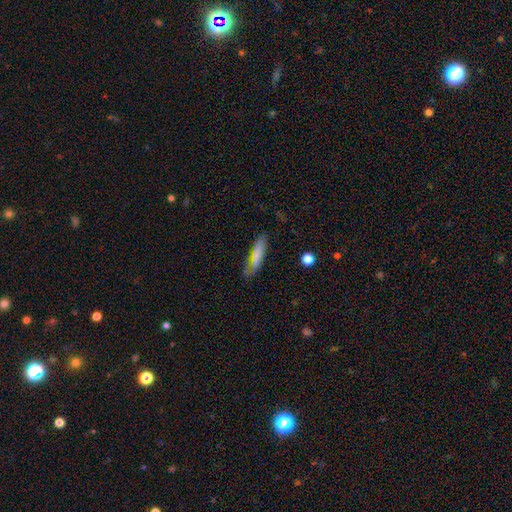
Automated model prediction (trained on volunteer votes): smooth 70%, featured or disk 20%, star or artifact 10%. Down the decision tree: how rounded — cigar-shaped (66%); merging — none (75%).